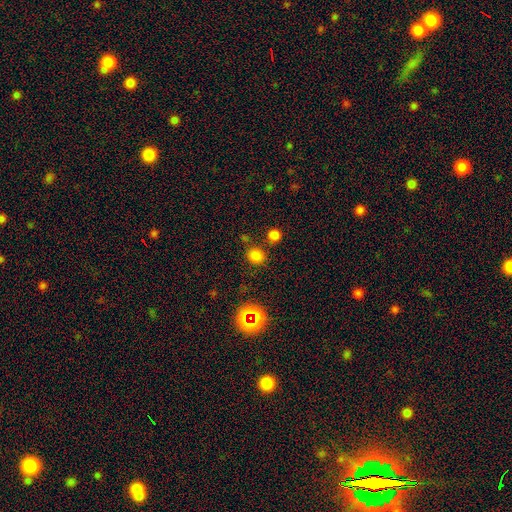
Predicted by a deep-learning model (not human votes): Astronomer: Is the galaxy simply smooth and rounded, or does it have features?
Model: smooth — 75%.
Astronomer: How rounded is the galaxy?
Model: round — 85%.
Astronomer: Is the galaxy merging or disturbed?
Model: none — 79%.